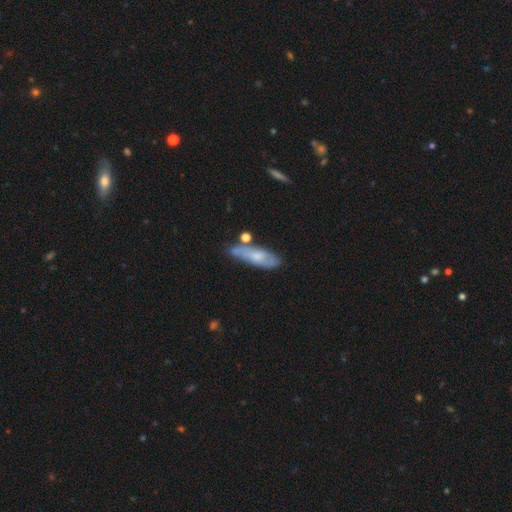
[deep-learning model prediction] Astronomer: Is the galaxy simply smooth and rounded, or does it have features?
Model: smooth — 52% (runner-up: featured or disk, 41%).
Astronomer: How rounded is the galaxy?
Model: in between — 51% (runner-up: cigar-shaped, 46%).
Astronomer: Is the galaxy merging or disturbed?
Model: none — 58%.